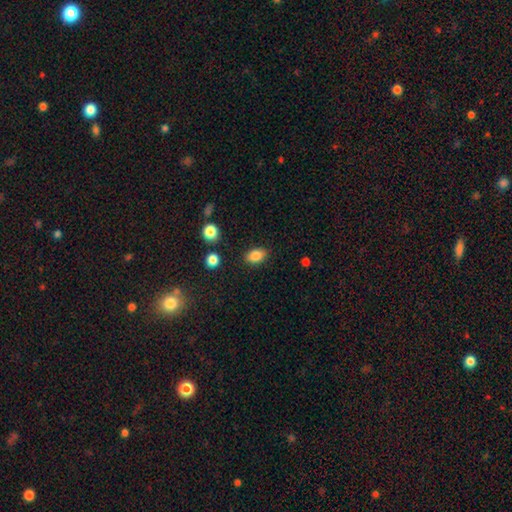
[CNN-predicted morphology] Smooth or featured? Predicted: smooth (p=0.86). How rounded? Predicted: in between (p=0.84). Merging? Predicted: none (p=0.85).